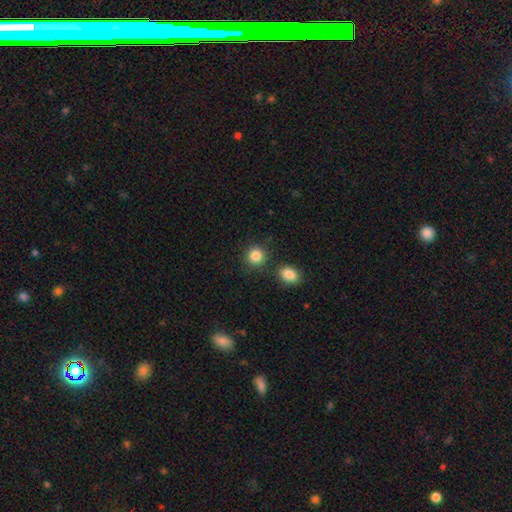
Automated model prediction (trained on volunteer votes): Smooth or featured?
  - smooth: 86% *
  - star or artifact: 9%
  - featured or disk: 4%
How rounded?
  - round: 88% *
  - in between: 11%
  - cigar-shaped: 1%
Merging?
  - none: 82% *
  - minor disturbance: 8%
  - merger: 7%
  - major disturbance: 3%